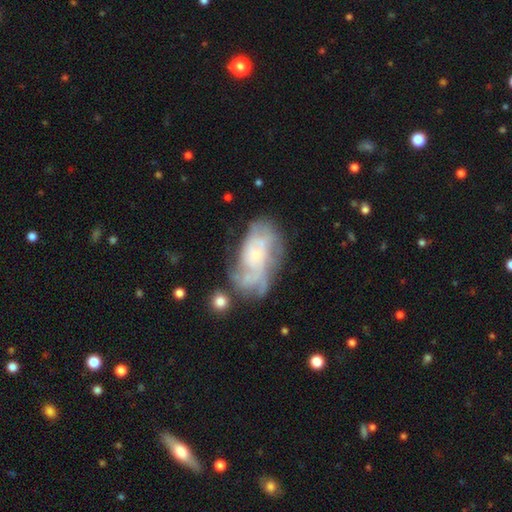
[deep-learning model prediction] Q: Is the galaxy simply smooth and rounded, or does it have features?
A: featured or disk — 69%.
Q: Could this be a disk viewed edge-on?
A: no — 95%.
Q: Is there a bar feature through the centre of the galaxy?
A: no — 75%.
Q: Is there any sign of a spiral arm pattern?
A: yes — 75%.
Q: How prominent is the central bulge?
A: small — 65%.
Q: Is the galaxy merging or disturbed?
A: none — 46%.